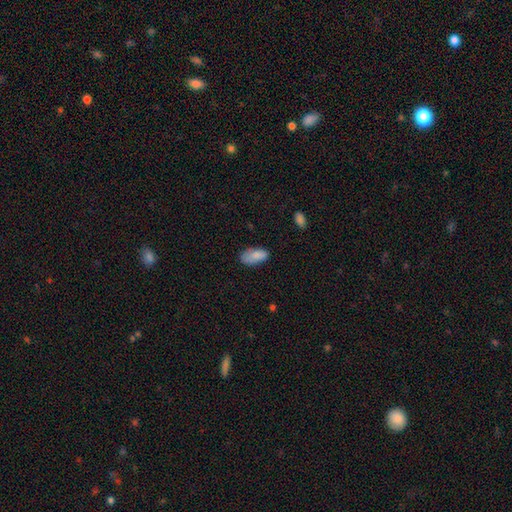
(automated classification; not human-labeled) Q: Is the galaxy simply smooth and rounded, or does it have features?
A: smooth — 84%.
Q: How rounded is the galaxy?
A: in between — 93%.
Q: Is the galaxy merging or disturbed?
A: none — 65%.